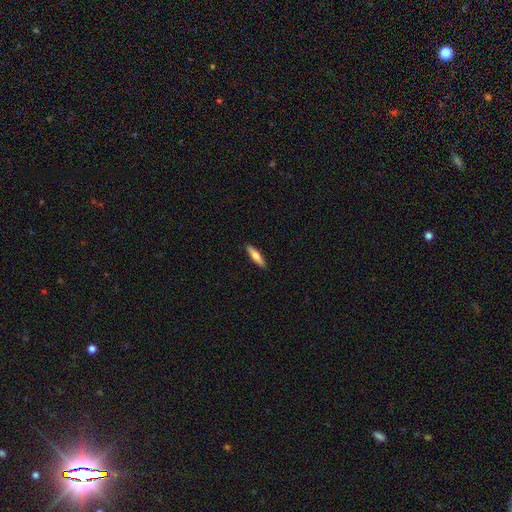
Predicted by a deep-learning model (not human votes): Smooth or featured?
  - smooth: 66% *
  - featured or disk: 28%
  - star or artifact: 5%
How rounded?
  - cigar-shaped: 76% *
  - in between: 22%
  - round: 2%
Merging?
  - none: 91% *
  - minor disturbance: 7%
  - major disturbance: 1%
  - merger: 1%